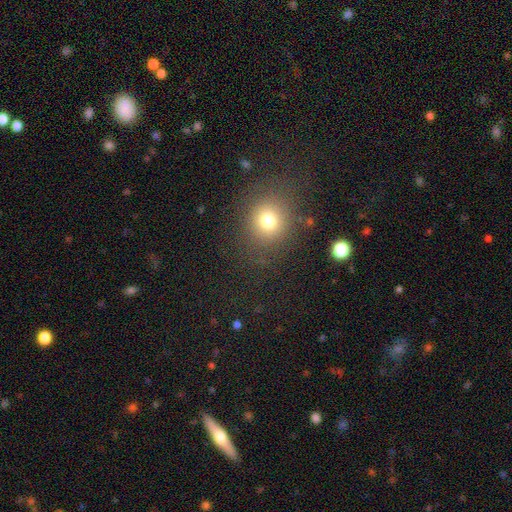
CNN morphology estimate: This is likely a smooth galaxy (67%). How rounded: clearly round (80%). Merging: clearly none (87%).